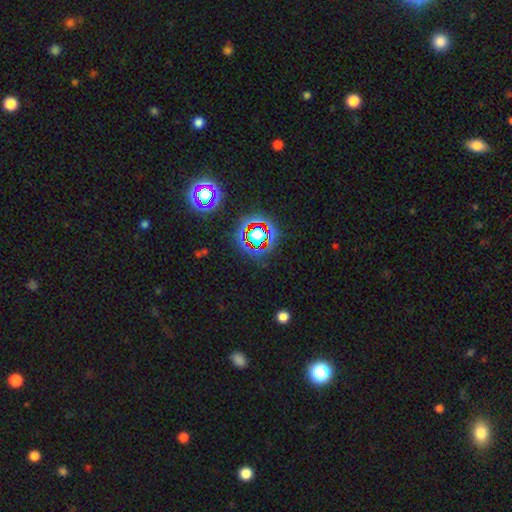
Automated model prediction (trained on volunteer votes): The model was most divided on "smooth or featured": star or artifact: 74%, smooth: 15%, featured or disk: 11%.